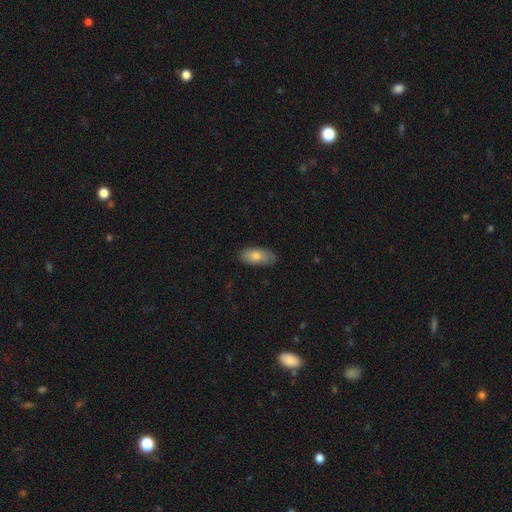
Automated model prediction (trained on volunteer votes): Q: Smooth or featured?
A: smooth (76%); runner-up: featured or disk (18%)
Q: How rounded?
A: in between (89%); runner-up: cigar-shaped (8%)
Q: Merging?
A: none (78%); runner-up: minor disturbance (18%)